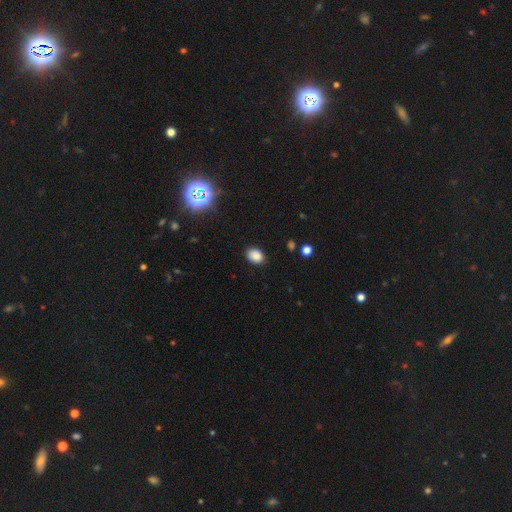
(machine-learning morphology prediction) Smooth or featured: smooth — 84% (star or artifact — 12%)
How rounded: in between — 68% (round — 31%)
Merging: none — 86% (minor disturbance — 10%)